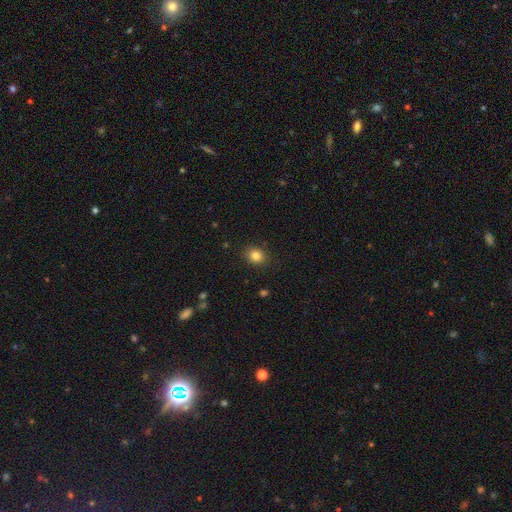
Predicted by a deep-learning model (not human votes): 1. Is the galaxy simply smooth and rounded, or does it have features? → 83% smooth, 11% star or artifact, 6% featured or disk.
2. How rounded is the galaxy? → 66% round, 33% in between, 1% cigar-shaped.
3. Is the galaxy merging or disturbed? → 88% none, 9% minor disturbance, 2% major disturbance, 1% merger.